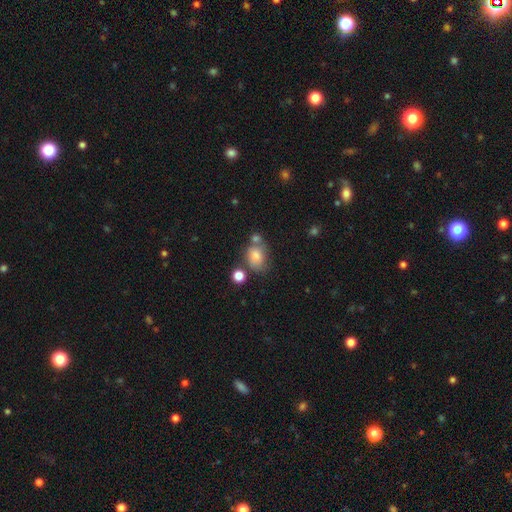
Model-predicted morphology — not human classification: smooth_or_featured: smooth (p=0.77) [alt: featured or disk p=0.12]
how_rounded: in between (p=0.69) [alt: round p=0.30]
merging: none (p=0.46) [alt: merger p=0.22]